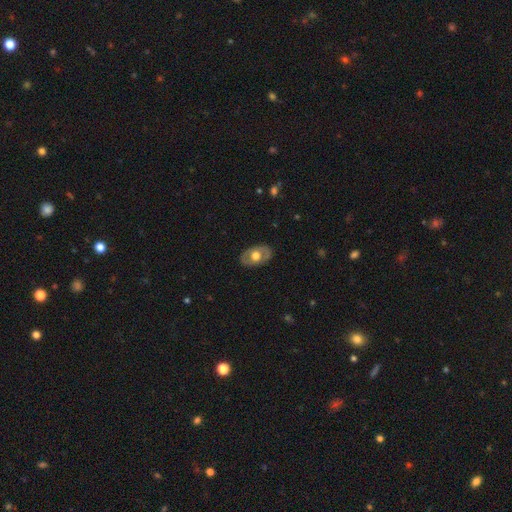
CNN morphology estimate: The model was most divided on "smooth or featured": featured or disk: 52%, smooth: 42%, star or artifact: 6%. More confident: edge-on disk — no (89%); merging — none (82%).